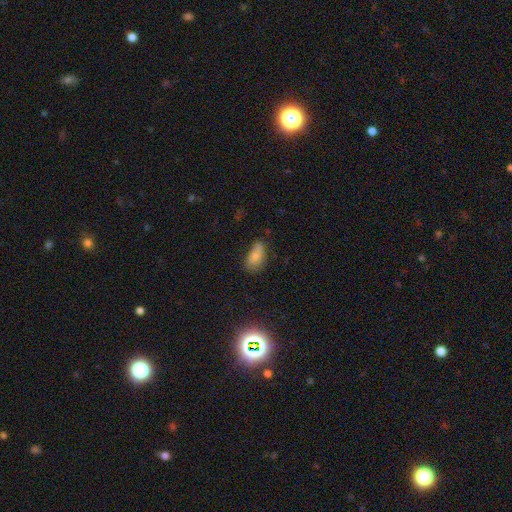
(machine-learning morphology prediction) A smooth galaxy with no disk features (76%) that is in between round and cigar-shaped (90%).

Vote fractions:
- Smooth or featured? smooth: 76% / featured or disk: 13% / star or artifact: 11%
- How rounded? in between: 90% / cigar-shaped: 6% / round: 4%
- Merging? none: 50% / minor disturbance: 33% / major disturbance: 11% / merger: 6%